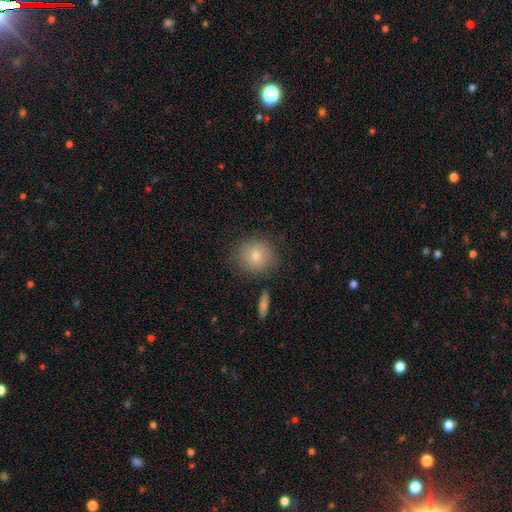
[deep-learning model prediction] A smooth galaxy with no disk features (78%) that is round (83%).

Vote fractions:
- Smooth or featured? smooth: 78% / featured or disk: 12% / star or artifact: 9%
- How rounded? round: 83% / in between: 16% / cigar-shaped: 1%
- Merging? none: 80% / minor disturbance: 13% / major disturbance: 4% / merger: 3%